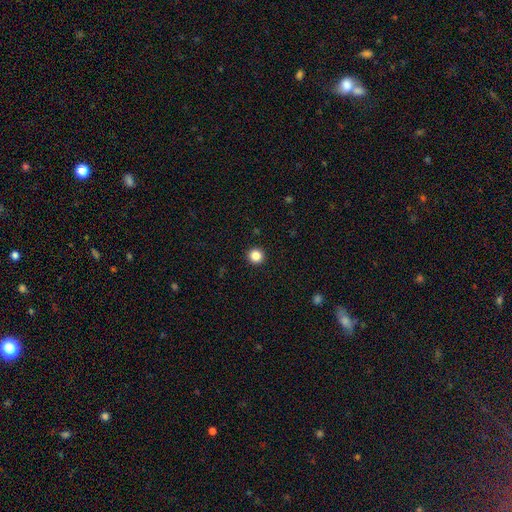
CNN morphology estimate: A smooth galaxy with no disk features (86%) that is round (96%).

Vote fractions:
- Smooth or featured? smooth: 86% / star or artifact: 11% / featured or disk: 3%
- How rounded? round: 96% / in between: 3% / cigar-shaped: 1%
- Merging? none: 94% / minor disturbance: 4% / major disturbance: 1% / merger: 1%